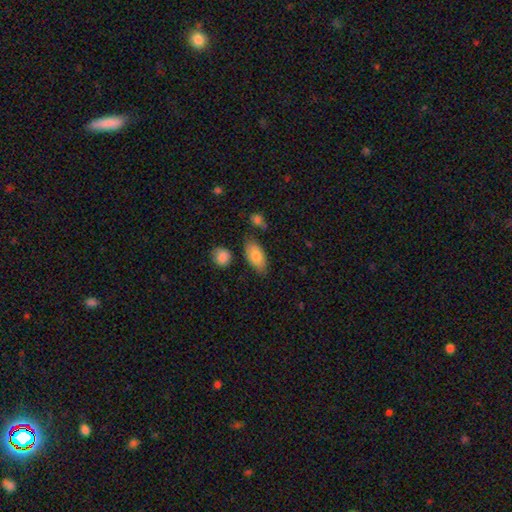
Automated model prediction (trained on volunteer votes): Morphology: type=smooth (83%); roundness=in between (91%); merging=none (74%).